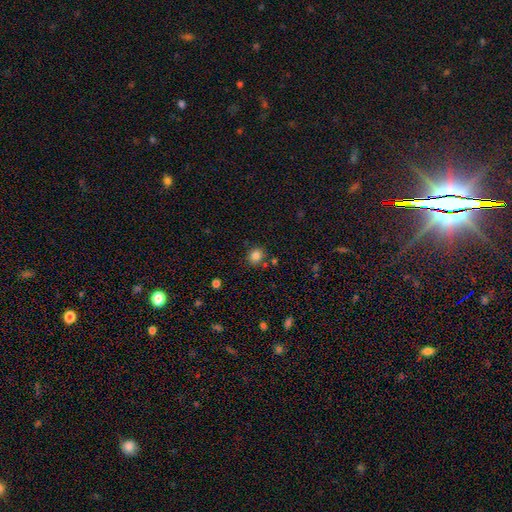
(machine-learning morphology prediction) Smooth or featured?
  - smooth: 83% *
  - star or artifact: 12%
  - featured or disk: 5%
How rounded?
  - round: 78% *
  - in between: 21%
  - cigar-shaped: 1%
Merging?
  - none: 81% *
  - minor disturbance: 10%
  - merger: 6%
  - major disturbance: 3%